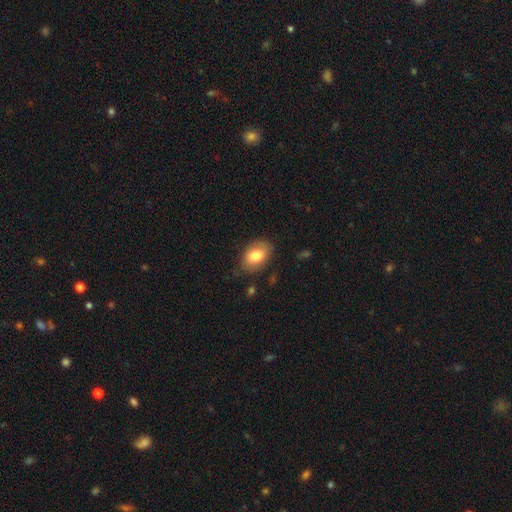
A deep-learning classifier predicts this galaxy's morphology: type=smooth (78%); roundness=in between (83%); merging=none (72%).